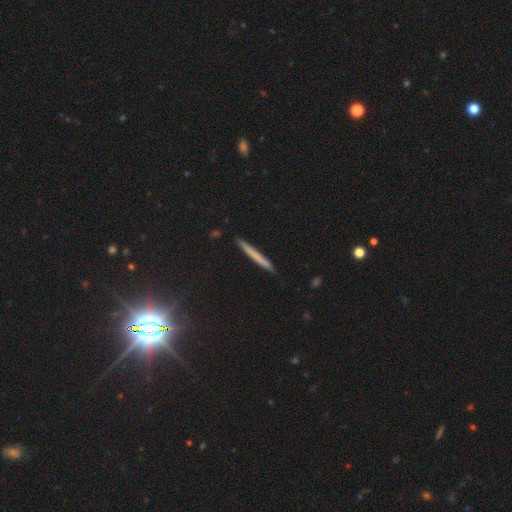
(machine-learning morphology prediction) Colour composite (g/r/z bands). It shows a smooth galaxy with no disk features (65%) that is cigar-shaped (97%). Merging: none (90%).